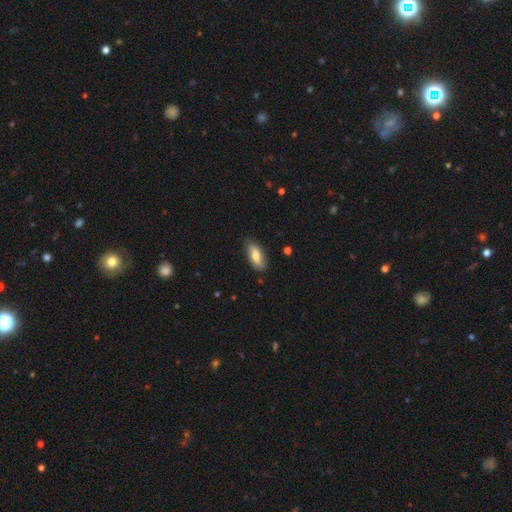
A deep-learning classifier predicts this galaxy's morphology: Q: Smooth or featured?
A: smooth (70%); runner-up: featured or disk (24%)
Q: How rounded?
A: in between (84%); runner-up: cigar-shaped (13%)
Q: Merging?
A: none (77%); runner-up: minor disturbance (19%)